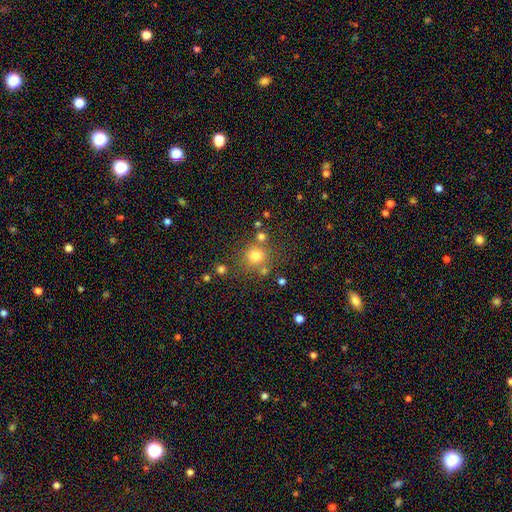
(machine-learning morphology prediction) Smooth or featured?
  - smooth: 75% *
  - star or artifact: 16%
  - featured or disk: 9%
How rounded?
  - round: 91% *
  - in between: 8%
  - cigar-shaped: 1%
Merging?
  - none: 73% *
  - merger: 12%
  - minor disturbance: 11%
  - major disturbance: 5%